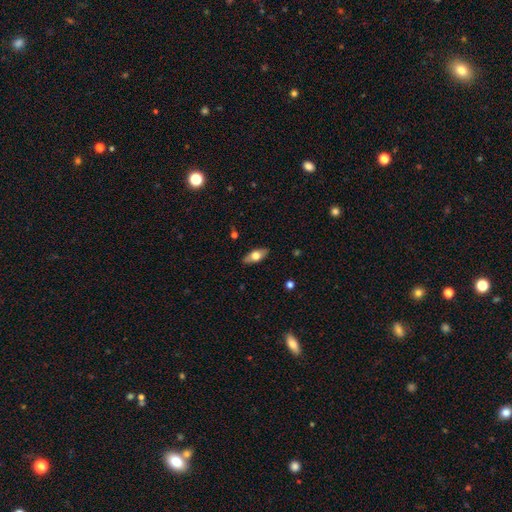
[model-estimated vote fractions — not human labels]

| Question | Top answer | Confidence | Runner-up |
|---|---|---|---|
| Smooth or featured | smooth | 61% | featured or disk (32%) |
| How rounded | in between | 83% | cigar-shaped (13%) |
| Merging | none | 86% | minor disturbance (11%) |